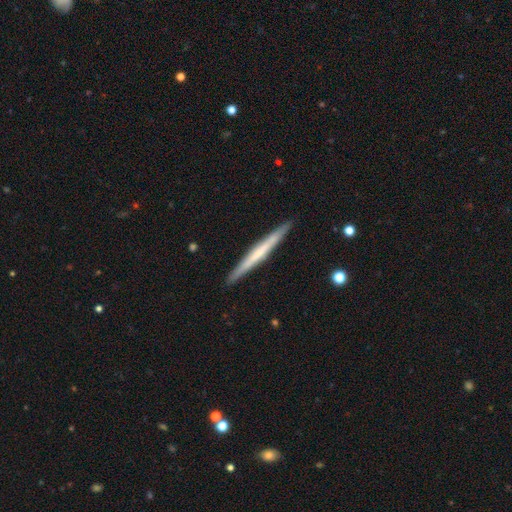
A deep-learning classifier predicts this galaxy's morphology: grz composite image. It shows a featured or disk galaxy (52%) viewed edge-on (97%) with no central bulge (75%). Merging: none (91%).